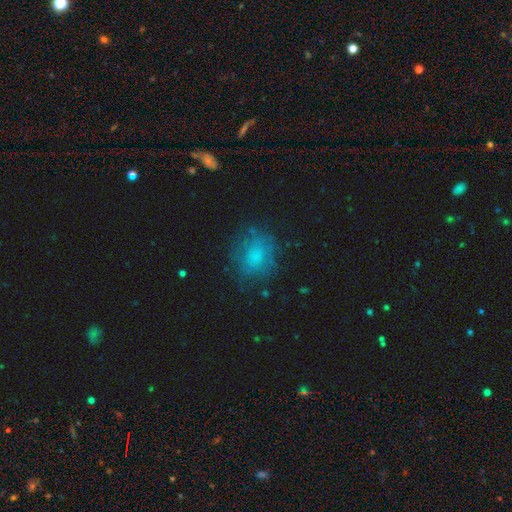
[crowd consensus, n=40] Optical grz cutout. It shows a smooth galaxy with no disk features (62%) that is round (68%). Merging: none (64%).